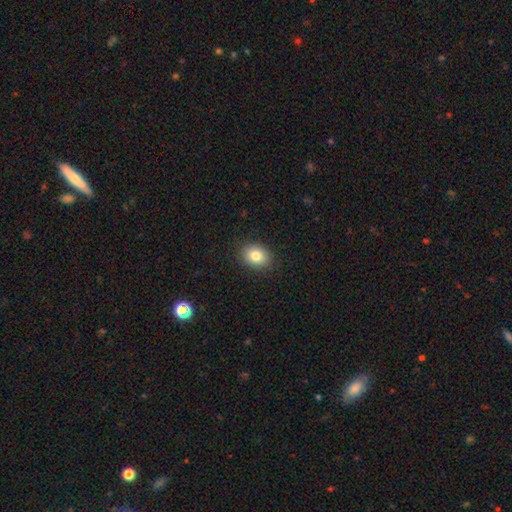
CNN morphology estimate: smooth 83%, star or artifact 10%, featured or disk 8%. Down the decision tree: how rounded — in between (60%); merging — none (89%).